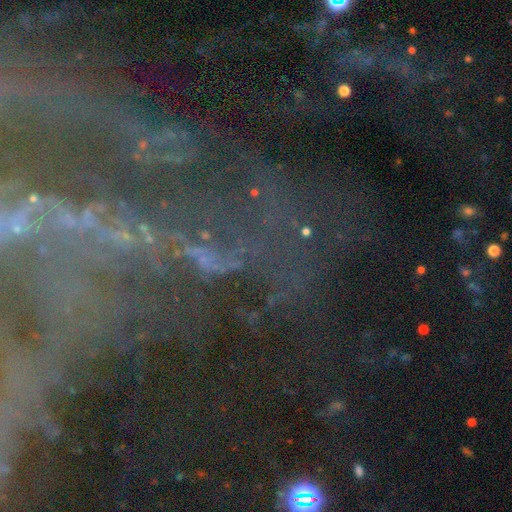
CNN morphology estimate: This appears to be a star or artifact, not a galaxy (49%).